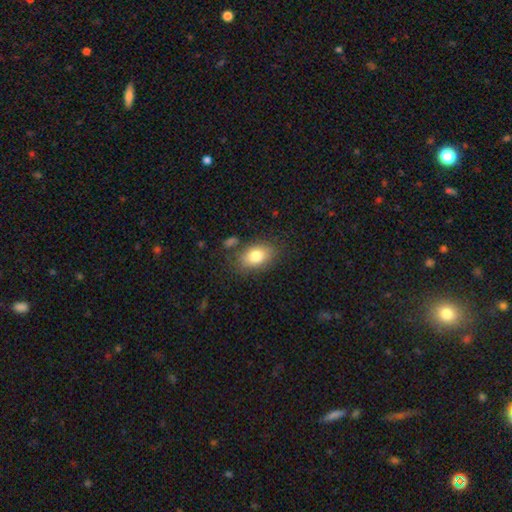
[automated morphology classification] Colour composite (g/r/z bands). It shows a smooth galaxy with no disk features (80%) that is in between round and cigar-shaped (85%). Merging: none (76%).